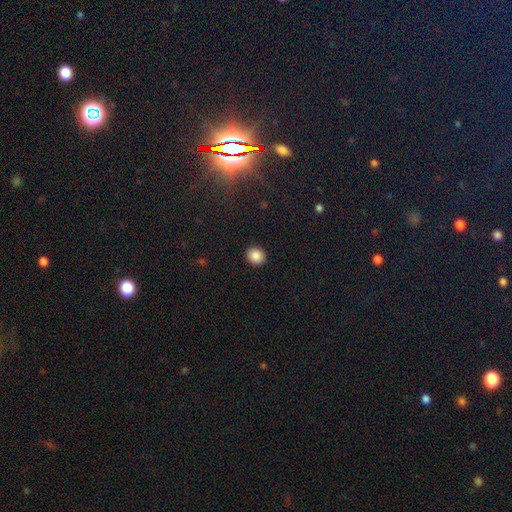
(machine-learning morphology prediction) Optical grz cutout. It shows a smooth galaxy with no disk features (87%) that is round (82%). Merging: none (92%).